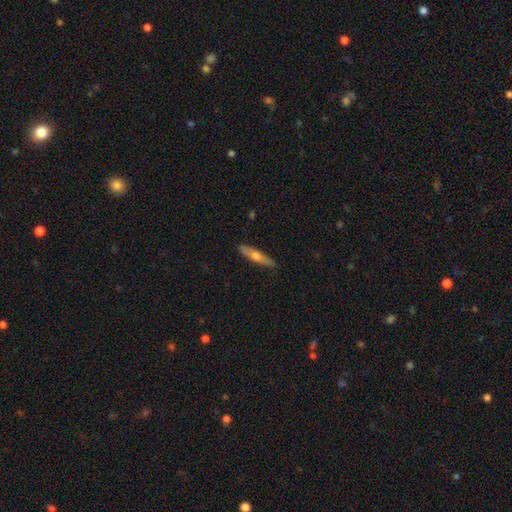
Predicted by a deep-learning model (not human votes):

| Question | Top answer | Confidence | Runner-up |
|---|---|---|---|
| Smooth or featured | smooth | 51% | featured or disk (43%) |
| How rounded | cigar-shaped | 85% | in between (13%) |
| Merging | none | 90% | minor disturbance (8%) |